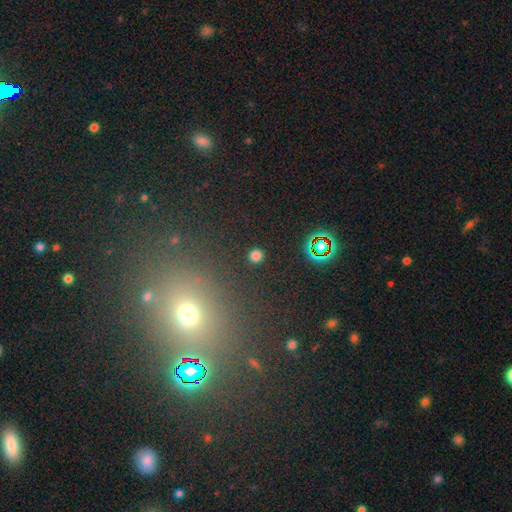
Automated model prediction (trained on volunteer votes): smooth_or_featured: smooth (p=0.78) [alt: star or artifact p=0.18]
how_rounded: round (p=0.90) [alt: in between p=0.09]
merging: none (p=0.92) [alt: minor disturbance p=0.05]